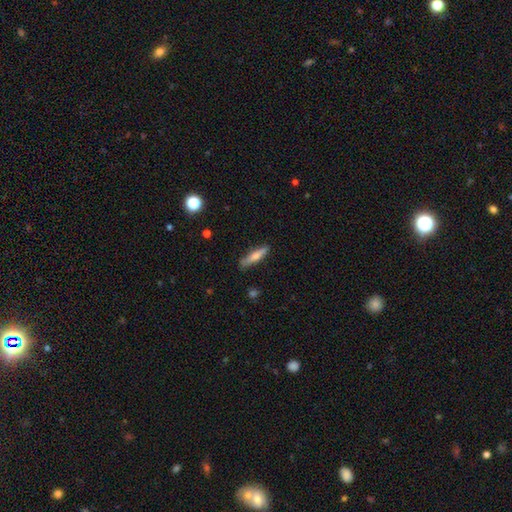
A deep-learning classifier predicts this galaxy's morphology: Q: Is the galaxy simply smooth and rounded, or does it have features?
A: smooth — 62%.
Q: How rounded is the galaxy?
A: cigar-shaped — 83%.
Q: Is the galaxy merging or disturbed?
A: none — 85%.